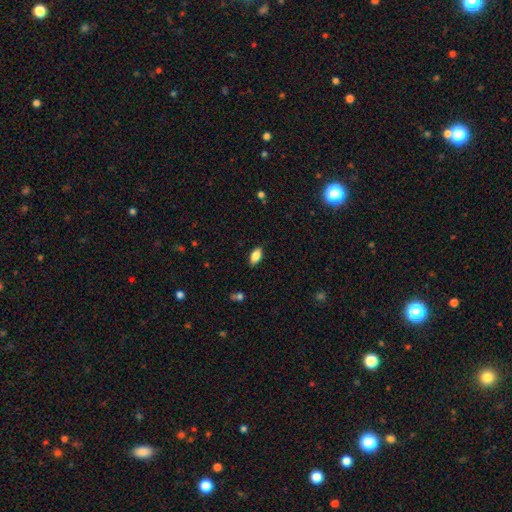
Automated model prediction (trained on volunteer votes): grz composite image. It shows a smooth galaxy with no disk features (85%) that is in between round and cigar-shaped (91%). Merging: none (87%).